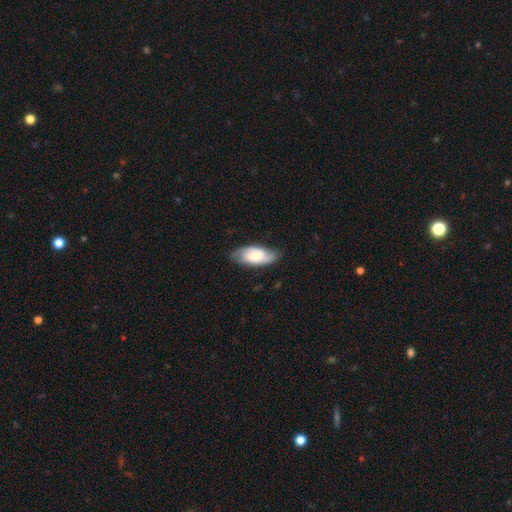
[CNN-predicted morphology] This is possibly a smooth galaxy (48%). Merging: likely none (71%).